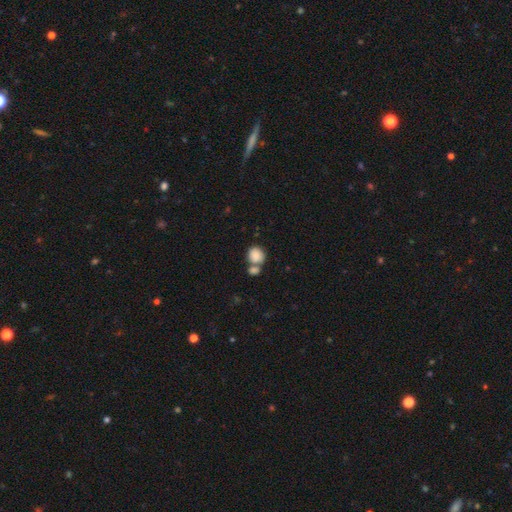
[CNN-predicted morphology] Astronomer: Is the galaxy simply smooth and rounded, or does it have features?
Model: smooth — 85%.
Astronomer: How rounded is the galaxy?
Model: round — 76%.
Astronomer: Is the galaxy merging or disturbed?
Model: merger — 45% (runner-up: none, 42%).